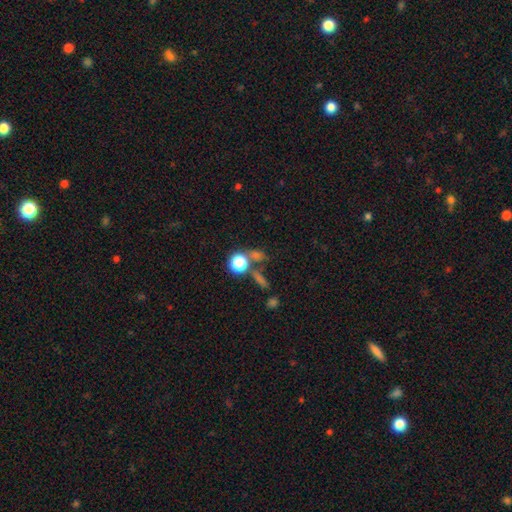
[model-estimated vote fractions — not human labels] Smooth or featured?
  - smooth: 59% *
  - star or artifact: 30%
  - featured or disk: 12%
How rounded?
  - round: 68% *
  - in between: 25%
  - cigar-shaped: 7%
Merging?
  - none: 55% *
  - merger: 26%
  - minor disturbance: 10%
  - major disturbance: 8%